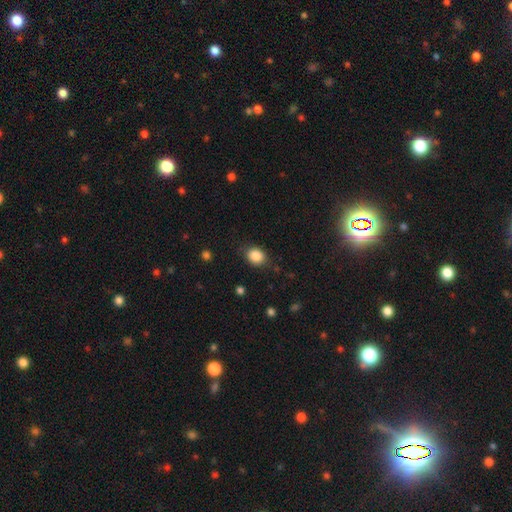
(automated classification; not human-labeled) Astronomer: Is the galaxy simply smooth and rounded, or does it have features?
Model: smooth — 87%.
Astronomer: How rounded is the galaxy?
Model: round — 54% (runner-up: in between, 45%).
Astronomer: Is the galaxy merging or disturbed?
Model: none — 80%.